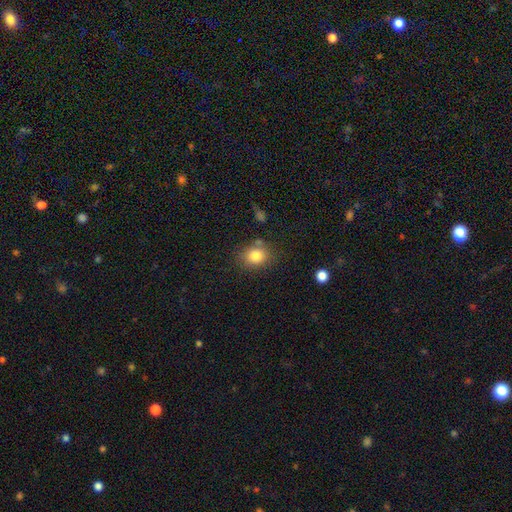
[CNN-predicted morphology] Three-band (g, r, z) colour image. It shows a smooth galaxy with no disk features (82%) that is round (63%). Merging: none (76%).